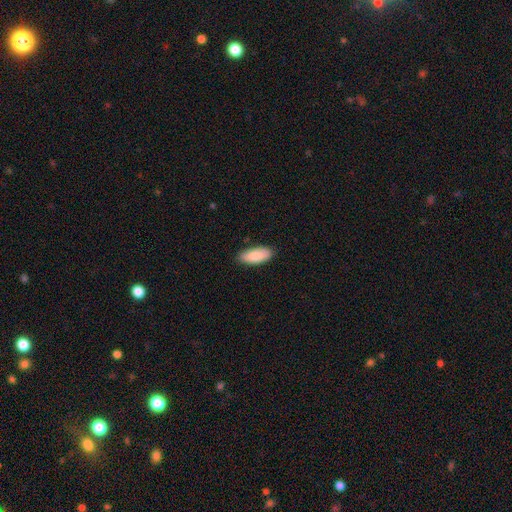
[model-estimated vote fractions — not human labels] smooth 87%, featured or disk 7%, star or artifact 6%. Down the decision tree: how rounded — in between (84%); merging — none (85%).